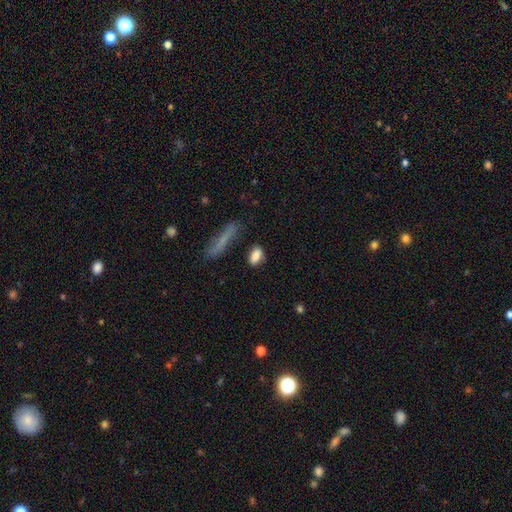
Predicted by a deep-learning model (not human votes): This is clearly a smooth galaxy (84%). How rounded: clearly in between (80%). Merging: likely none (74%).